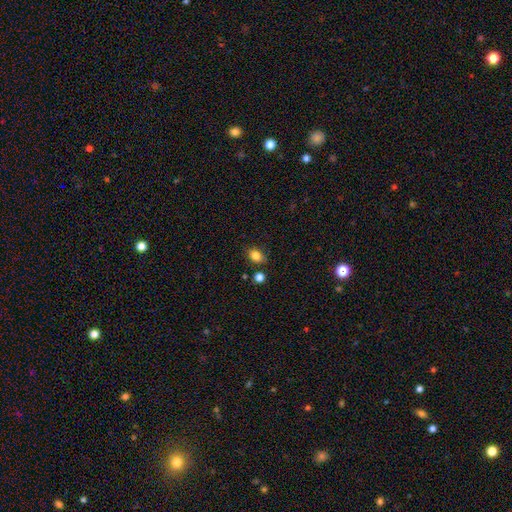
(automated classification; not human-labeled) Smooth or featured? Predicted: smooth (p=0.82). How rounded? Predicted: in between (p=0.74). Merging? Predicted: none (p=0.78).